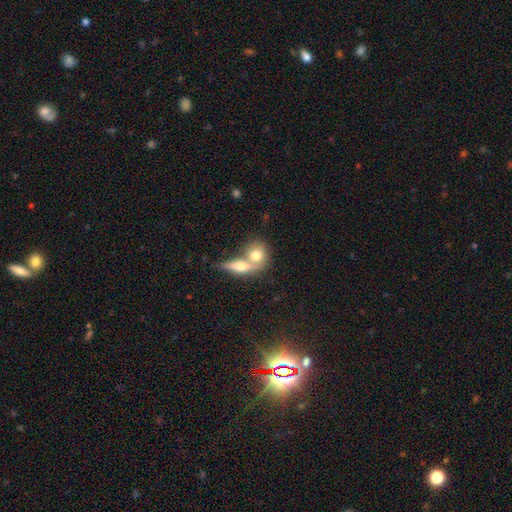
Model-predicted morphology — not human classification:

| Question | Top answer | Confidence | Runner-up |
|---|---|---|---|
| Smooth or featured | smooth | 68% | featured or disk (25%) |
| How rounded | round | 53% | in between (40%) |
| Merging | merger | 59% | none (31%) |